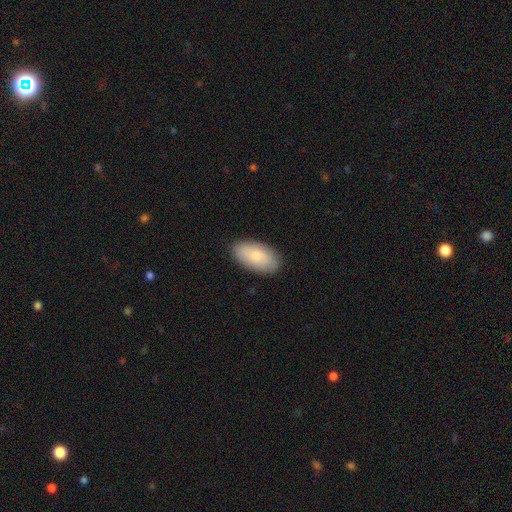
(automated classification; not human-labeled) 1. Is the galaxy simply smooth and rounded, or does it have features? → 81% smooth, 13% featured or disk, 6% star or artifact.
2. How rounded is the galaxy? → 95% in between, 3% round, 2% cigar-shaped.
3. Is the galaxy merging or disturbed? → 87% none, 10% minor disturbance, 2% major disturbance, 1% merger.